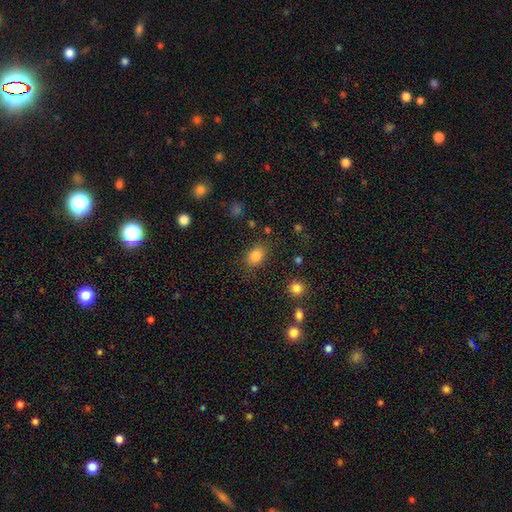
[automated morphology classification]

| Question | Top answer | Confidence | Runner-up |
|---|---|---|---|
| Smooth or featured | smooth | 84% | star or artifact (11%) |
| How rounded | in between | 70% | round (28%) |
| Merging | none | 77% | minor disturbance (14%) |